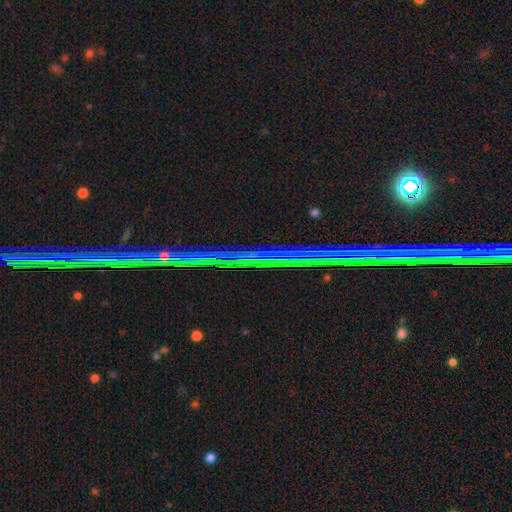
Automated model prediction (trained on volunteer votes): Smooth or featured?
  - star or artifact: 86% *
  - featured or disk: 8%
  - smooth: 6%